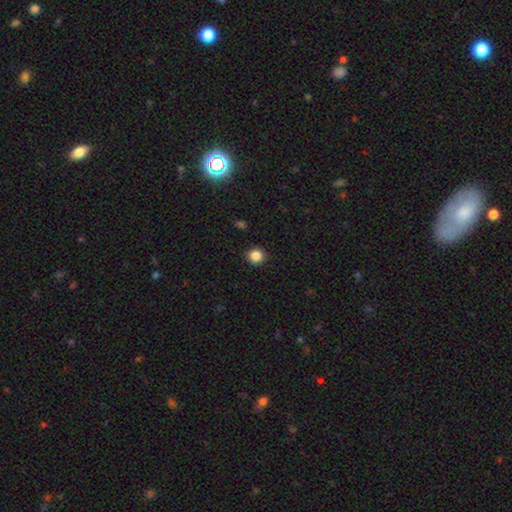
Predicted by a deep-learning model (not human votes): Q: Smooth or featured?
A: smooth (86%); runner-up: star or artifact (11%)
Q: How rounded?
A: round (91%); runner-up: in between (8%)
Q: Merging?
A: none (91%); runner-up: minor disturbance (6%)